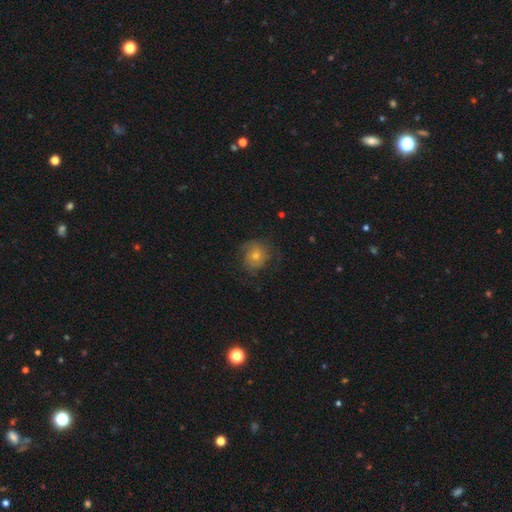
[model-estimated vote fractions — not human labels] A smooth galaxy with no disk features (62%) that is round (82%). Merging: none (64%).